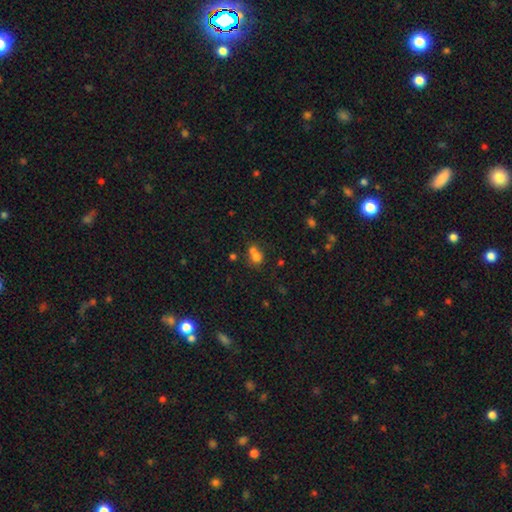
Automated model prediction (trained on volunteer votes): This appears to be a smooth galaxy with no disk features (70%) that is round (71%). Merging: merger (57%).